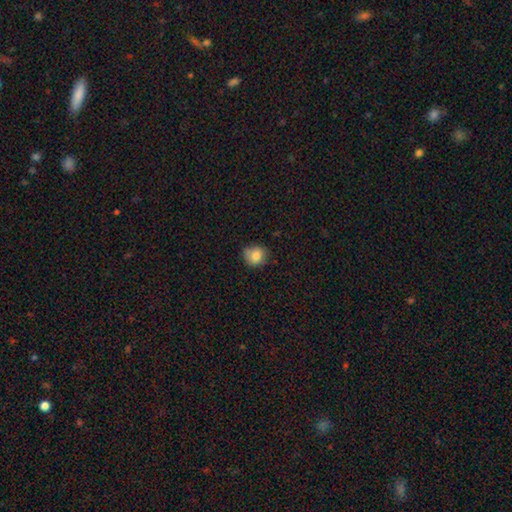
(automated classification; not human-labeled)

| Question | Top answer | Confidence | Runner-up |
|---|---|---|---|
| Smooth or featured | smooth | 83% | star or artifact (9%) |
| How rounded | round | 80% | in between (19%) |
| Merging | none | 72% | minor disturbance (22%) |